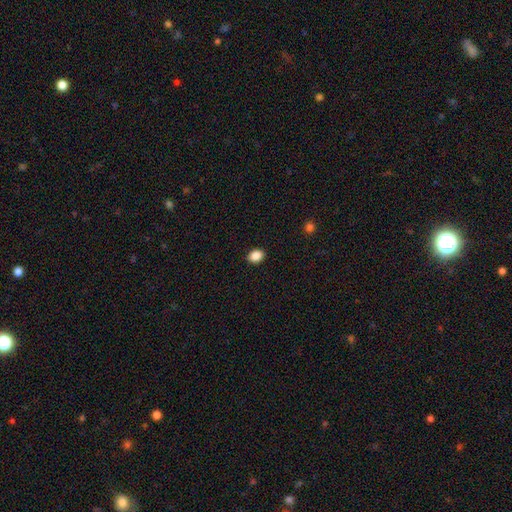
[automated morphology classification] smooth_or_featured: smooth (p=0.88) [alt: star or artifact p=0.09]
how_rounded: in between (p=0.66) [alt: round p=0.33]
merging: none (p=0.90) [alt: minor disturbance p=0.07]